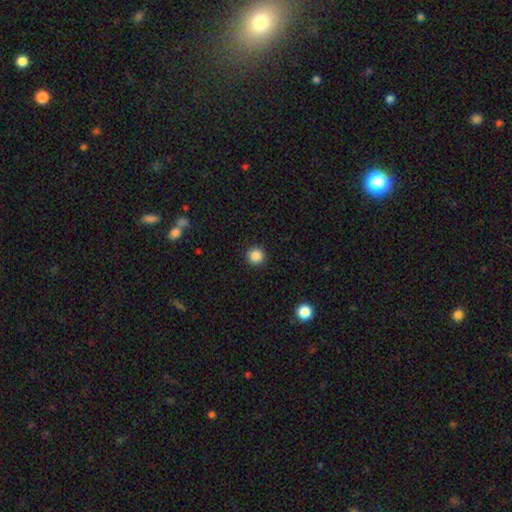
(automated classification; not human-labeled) Q: Smooth or featured?
A: smooth (86%); runner-up: star or artifact (11%)
Q: How rounded?
A: round (95%); runner-up: in between (4%)
Q: Merging?
A: none (93%); runner-up: minor disturbance (5%)